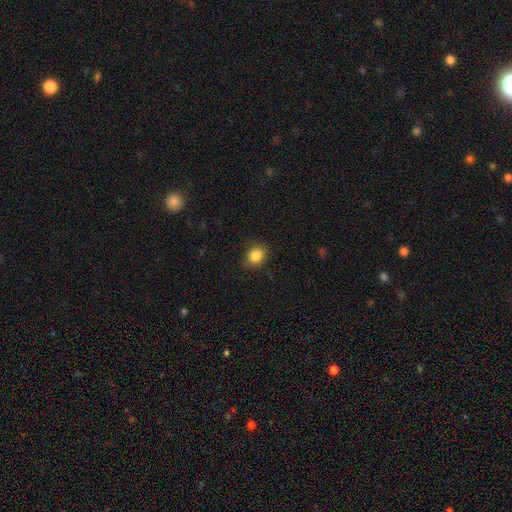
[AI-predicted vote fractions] A smooth galaxy with no disk features (86%) that is round (67%). Merging: none (85%).